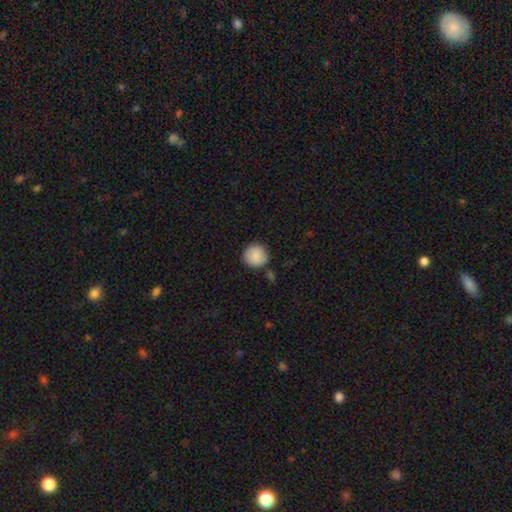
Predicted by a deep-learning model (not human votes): Smooth or featured? Predicted: smooth (p=0.87). How rounded? Predicted: round (p=0.92). Merging? Predicted: none (p=0.79).